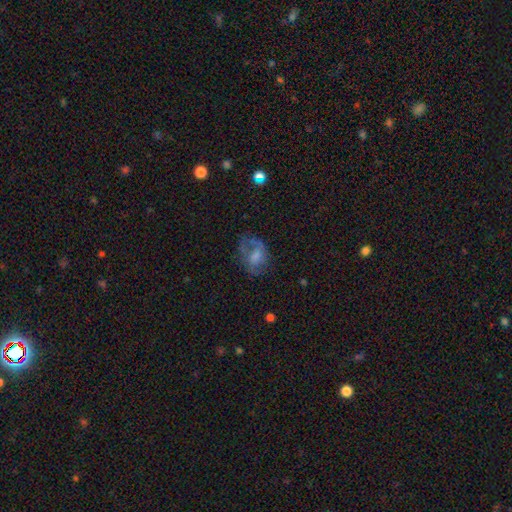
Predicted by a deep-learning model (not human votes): The model was most divided on "smooth or featured": featured or disk: 49%, smooth: 36%, star or artifact: 15%. Remaining: merging — none (50%).